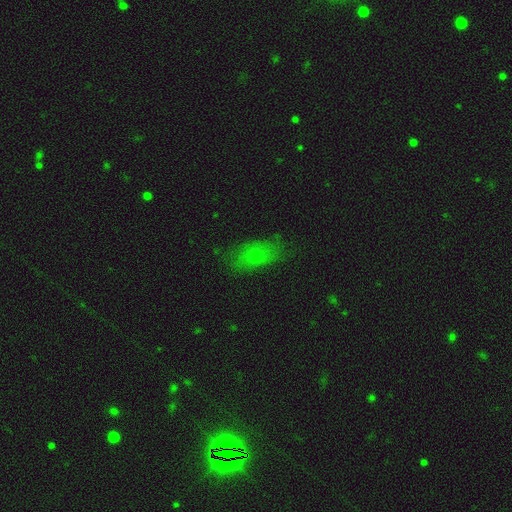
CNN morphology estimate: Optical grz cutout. It shows a smooth galaxy with no disk features (62%) that is in between round and cigar-shaped (82%). Merging: none (74%).